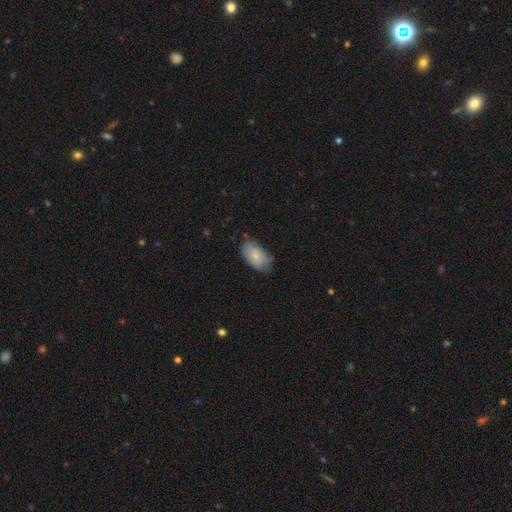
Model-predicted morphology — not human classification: Smooth or featured: smooth — 78% (featured or disk — 16%)
How rounded: in between — 94% (round — 4%)
Merging: none — 67% (minor disturbance — 27%)